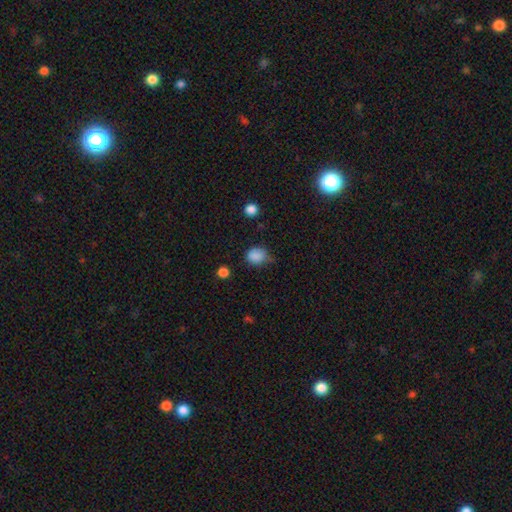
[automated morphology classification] Smooth or featured?
  - smooth: 84% *
  - star or artifact: 11%
  - featured or disk: 5%
How rounded?
  - round: 59% *
  - in between: 40%
  - cigar-shaped: 1%
Merging?
  - none: 54% *
  - minor disturbance: 35%
  - major disturbance: 8%
  - merger: 3%